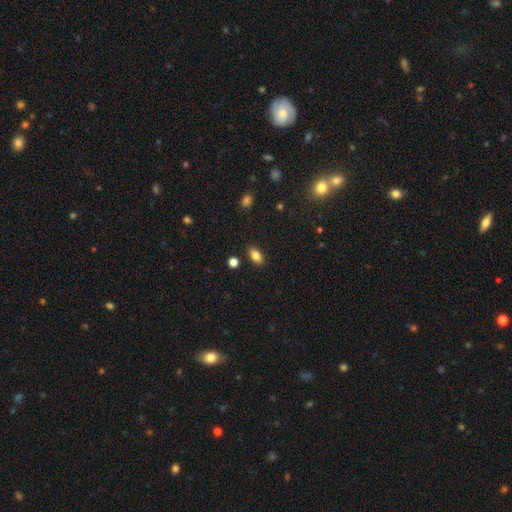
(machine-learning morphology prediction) Smooth or featured? Predicted: smooth (p=0.83). How rounded? Predicted: in between (p=0.87). Merging? Predicted: none (p=0.86).